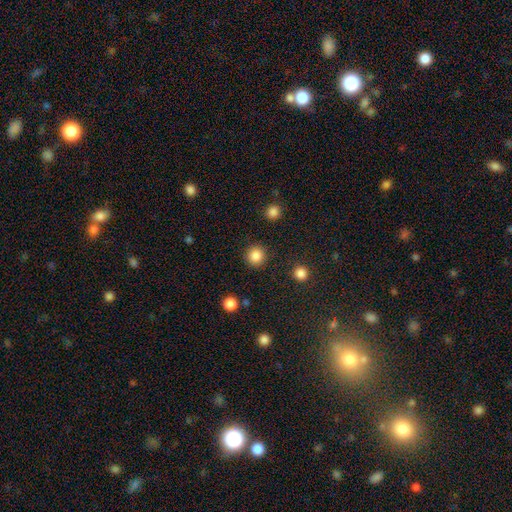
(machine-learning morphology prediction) A smooth galaxy with no disk features (85%) that is round (94%). Merging: none (91%).